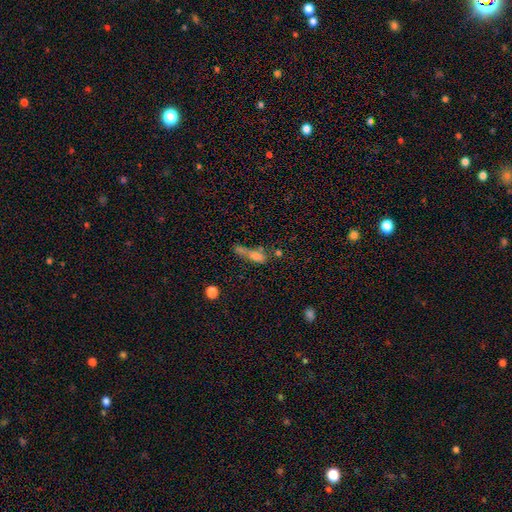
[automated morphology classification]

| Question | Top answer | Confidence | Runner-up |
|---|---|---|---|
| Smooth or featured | smooth | 55% | featured or disk (27%) |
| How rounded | cigar-shaped | 47% | in between (44%) |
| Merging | none | 32% | merger (30%) |